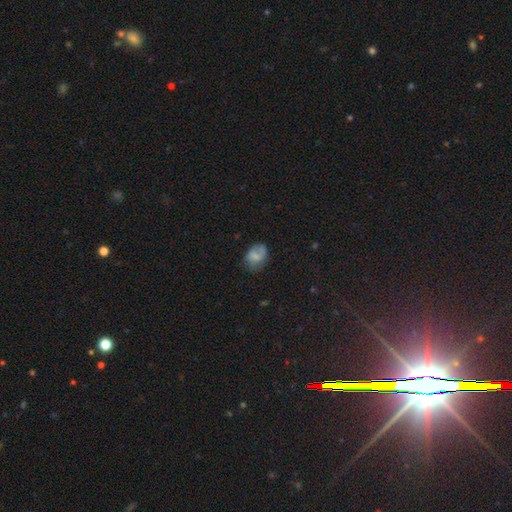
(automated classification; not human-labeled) Morphology: type=smooth (61%); roundness=in between (60%); merging=none (53%).